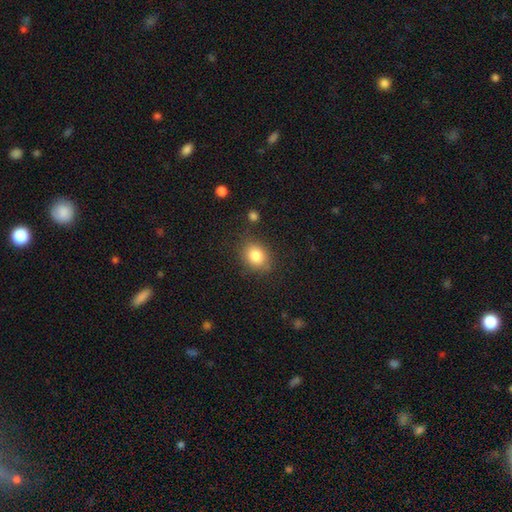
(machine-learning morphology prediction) Q: Smooth or featured?
A: smooth (83%); runner-up: star or artifact (9%)
Q: How rounded?
A: in between (54%); runner-up: round (45%)
Q: Merging?
A: none (80%); runner-up: minor disturbance (14%)